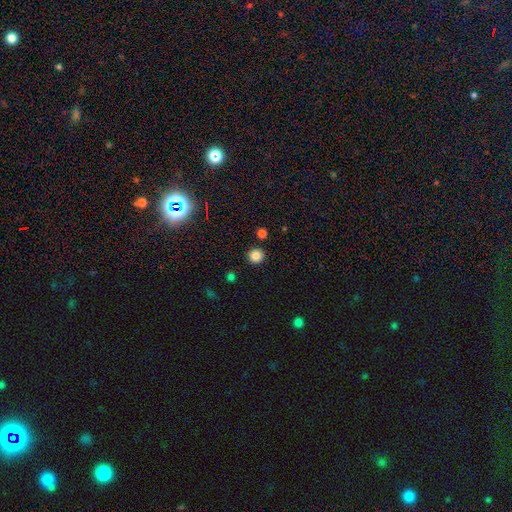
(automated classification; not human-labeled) A smooth galaxy with no disk features (83%) that is round (93%). Merging: none (90%).